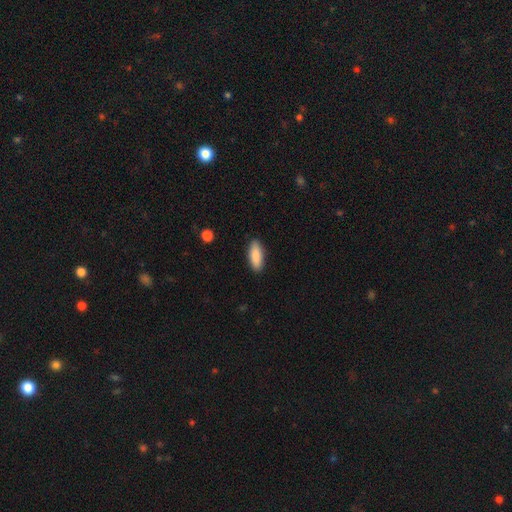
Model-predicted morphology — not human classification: Smooth or featured? Predicted: smooth (p=0.89). How rounded? Predicted: in between (p=0.74). Merging? Predicted: none (p=0.88).